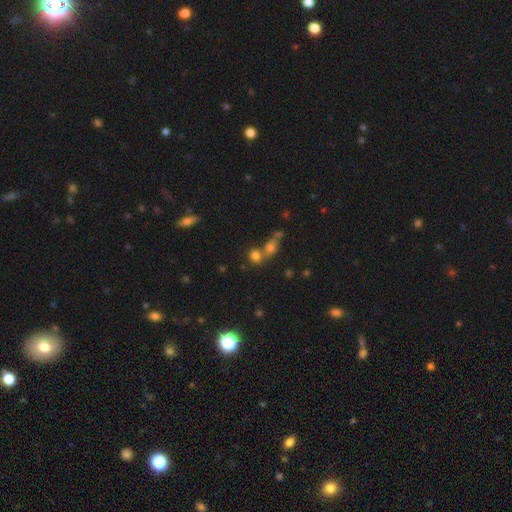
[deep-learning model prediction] smooth 74%, star or artifact 16%, featured or disk 11%. Down the decision tree: how rounded — round (65%); merging — merger (50%).